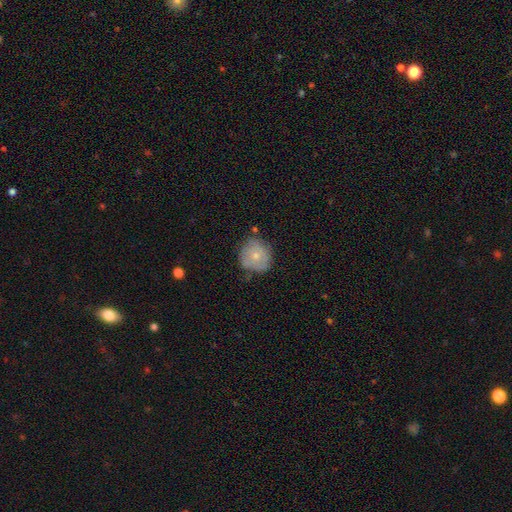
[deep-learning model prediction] Q: Smooth or featured?
A: smooth (64%); runner-up: featured or disk (28%)
Q: How rounded?
A: round (88%); runner-up: in between (11%)
Q: Merging?
A: none (63%); runner-up: minor disturbance (26%)